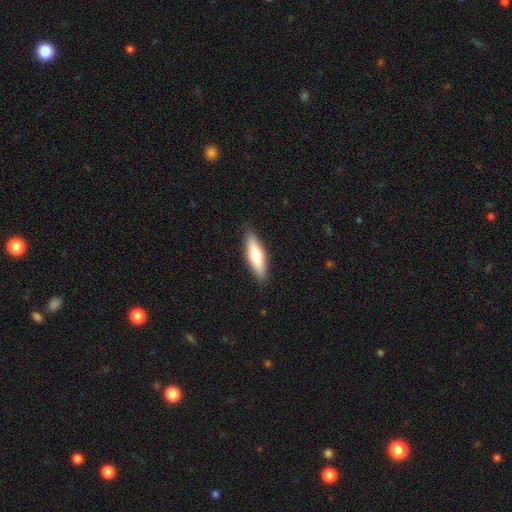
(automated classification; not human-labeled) Smooth or featured?
  - smooth: 60% *
  - featured or disk: 35%
  - star or artifact: 6%
How rounded?
  - cigar-shaped: 60% *
  - in between: 38%
  - round: 2%
Merging?
  - none: 88% *
  - minor disturbance: 9%
  - major disturbance: 2%
  - merger: 1%